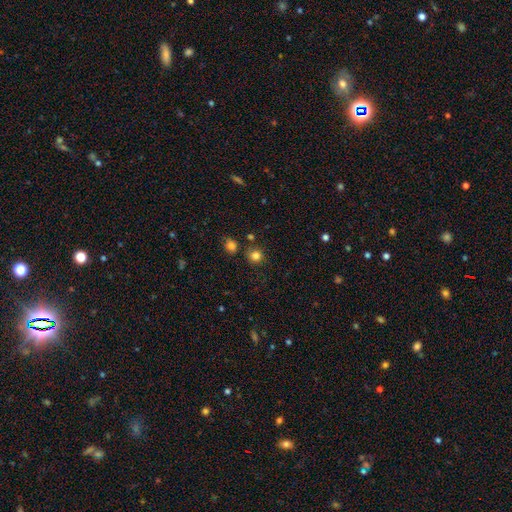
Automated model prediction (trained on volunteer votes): Smooth or featured? Predicted: smooth (p=0.81). How rounded? Predicted: round (p=0.90). Merging? Predicted: none (p=0.81).